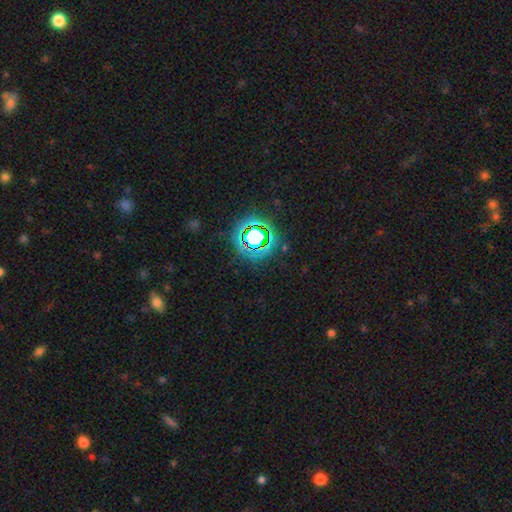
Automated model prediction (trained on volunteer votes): Smooth or featured? Predicted: star or artifact (p=0.80).